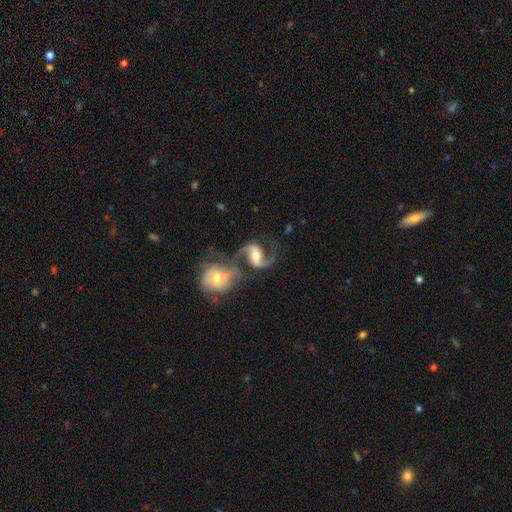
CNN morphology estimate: type=featured or disk (89%); edge-on=no (98%); bar=weak (42%); spiral arms=yes (97%); winding=medium (50%); arm count=2 (92%); bulge=moderate (68%); merging=merger (47%).